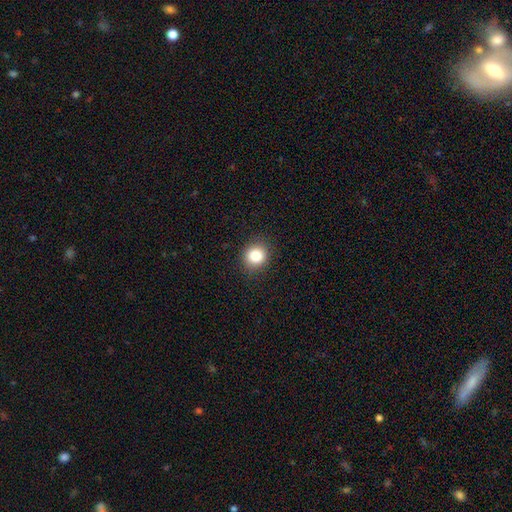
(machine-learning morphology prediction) type=smooth (84%); roundness=round (81%); merging=none (89%).